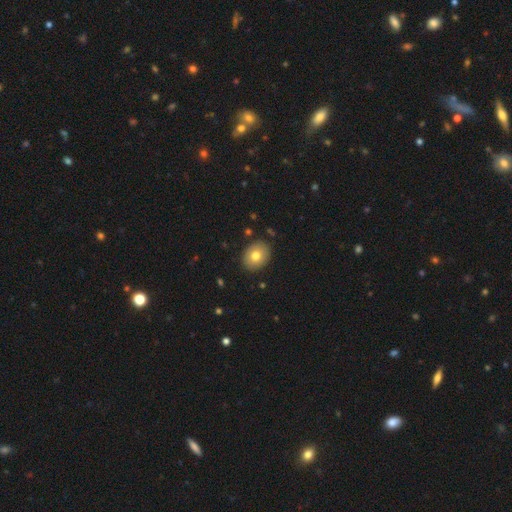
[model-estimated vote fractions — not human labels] smooth-or-featured: smooth: 76% | featured or disk: 16% | star or artifact: 8%
  how-rounded: in between: 56% | round: 43% | cigar-shaped: 1%
  merging: none: 89% | minor disturbance: 8% | major disturbance: 2% | merger: 1%